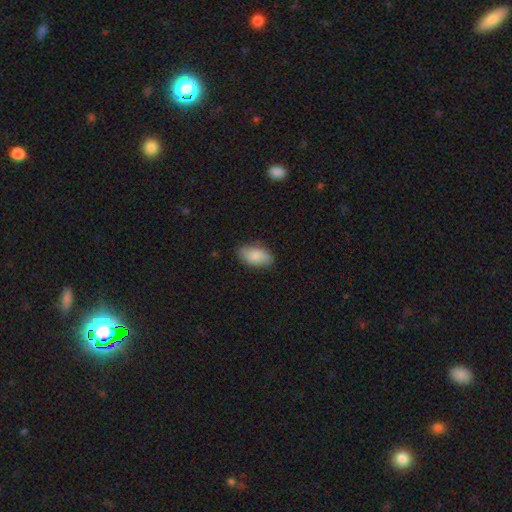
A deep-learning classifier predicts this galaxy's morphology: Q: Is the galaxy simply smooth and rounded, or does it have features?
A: smooth — 83%.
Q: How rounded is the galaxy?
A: in between — 93%.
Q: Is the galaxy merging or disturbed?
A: none — 81%.